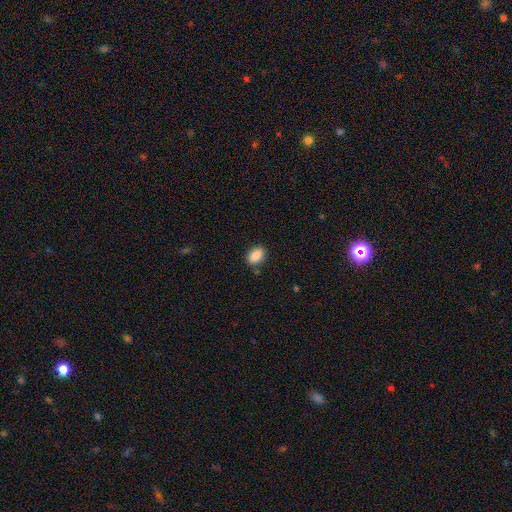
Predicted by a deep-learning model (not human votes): Smooth or featured? Predicted: smooth (p=0.88). How rounded? Predicted: in between (p=0.84). Merging? Predicted: none (p=0.84).